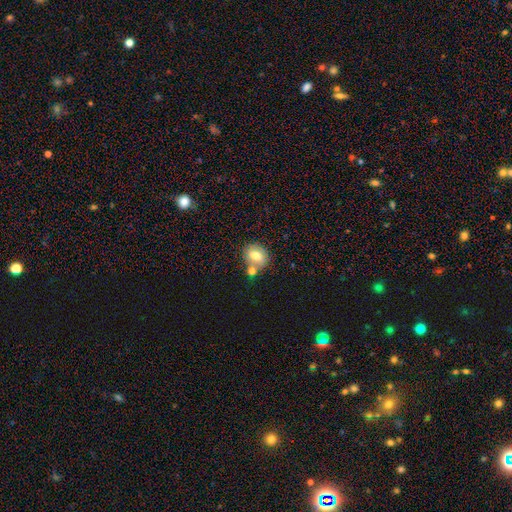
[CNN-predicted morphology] type=smooth (72%); roundness=in between (54%); merging=none (51%).